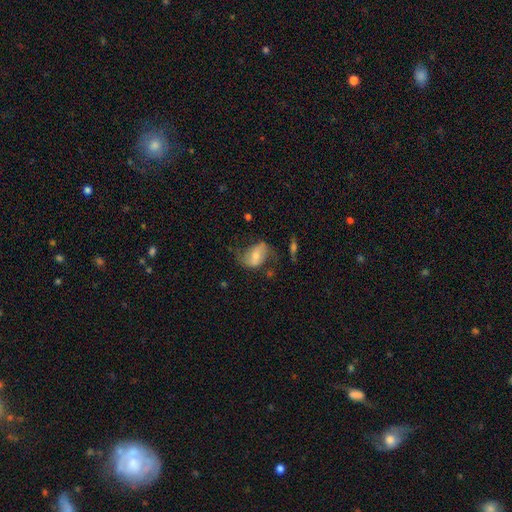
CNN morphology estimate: The model was most divided on "bar" (2-way tie): weak: 39%, no: 39%, strong: 22%. Remaining: edge-on disk — no (96%); spiral arms — yes (83%); smooth or featured — featured or disk (58%); merging — none (52%); bulge size — moderate (50%).